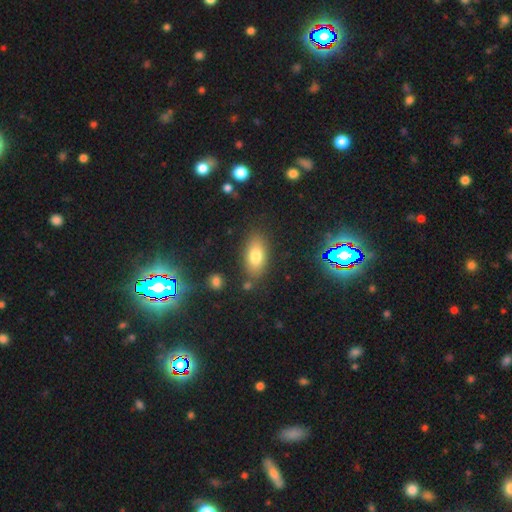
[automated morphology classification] smooth-or-featured: smooth: 77% | featured or disk: 13% | star or artifact: 10%
  how-rounded: in between: 89% | round: 6% | cigar-shaped: 5%
  merging: none: 81% | minor disturbance: 12% | merger: 4% | major disturbance: 3%